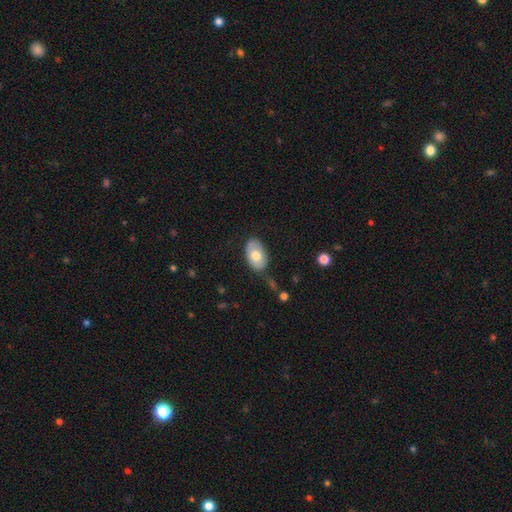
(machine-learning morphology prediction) smooth_or_featured: smooth (p=0.70) [alt: featured or disk p=0.23]
how_rounded: in between (p=0.92) [alt: round p=0.07]
merging: none (p=0.77) [alt: minor disturbance p=0.16]